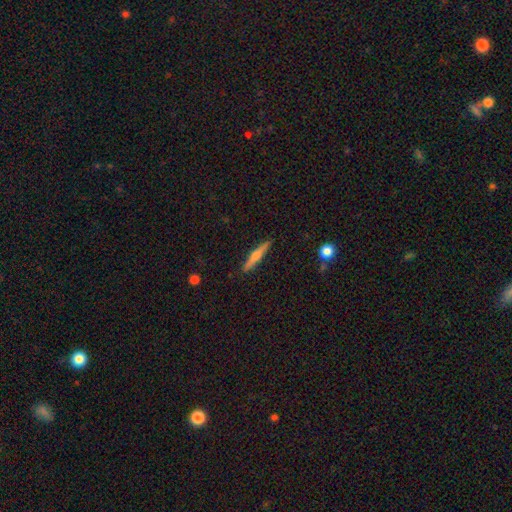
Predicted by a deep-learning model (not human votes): Smooth or featured? featured or disk (51%)
Edge-on disk? yes (97%)
Merging? none (89%)